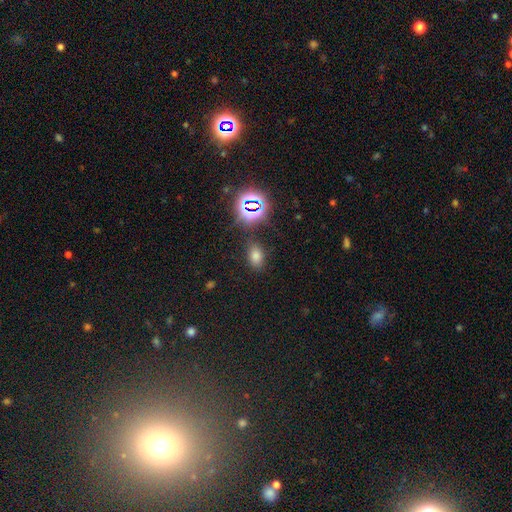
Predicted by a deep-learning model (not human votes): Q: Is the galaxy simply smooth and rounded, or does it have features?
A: smooth — 65%.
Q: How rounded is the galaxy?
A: in between — 82%.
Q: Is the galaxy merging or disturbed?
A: none — 82%.